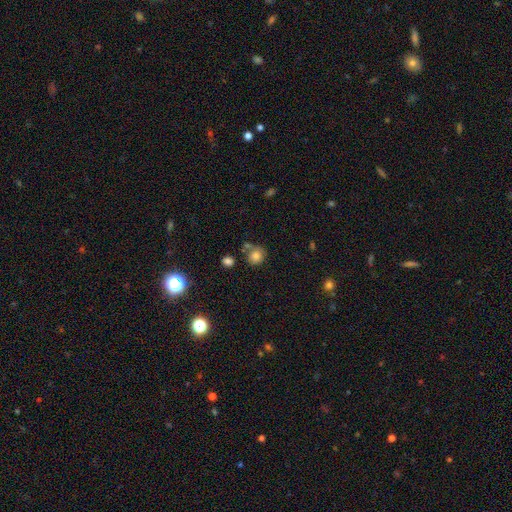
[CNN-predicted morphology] smooth_or_featured: smooth (p=0.76) [alt: star or artifact p=0.13]
how_rounded: round (p=0.82) [alt: in between p=0.17]
merging: none (p=0.54) [alt: merger p=0.19]